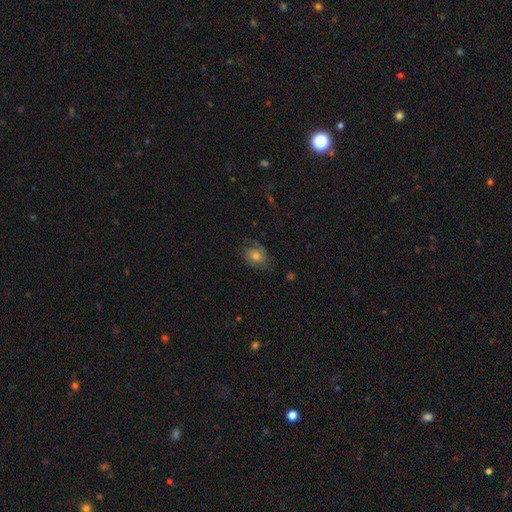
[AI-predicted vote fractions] Morphology: type=featured or disk (44%); merging=none (68%).